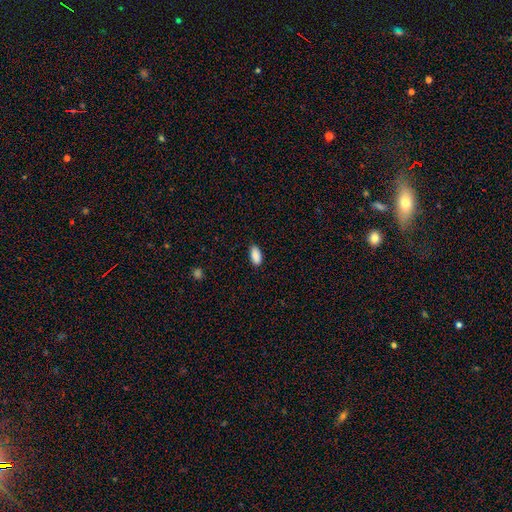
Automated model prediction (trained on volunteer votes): The model was most divided on "merging": none: 86%, minor disturbance: 11%, major disturbance: 2%, merger: 1%. More confident: how rounded — in between (90%); smooth or featured — smooth (90%).